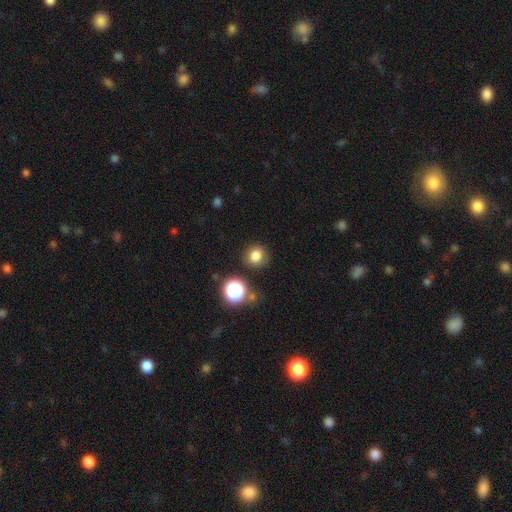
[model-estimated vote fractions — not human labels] Morphology: type=smooth (79%); roundness=round (89%); merging=none (85%).